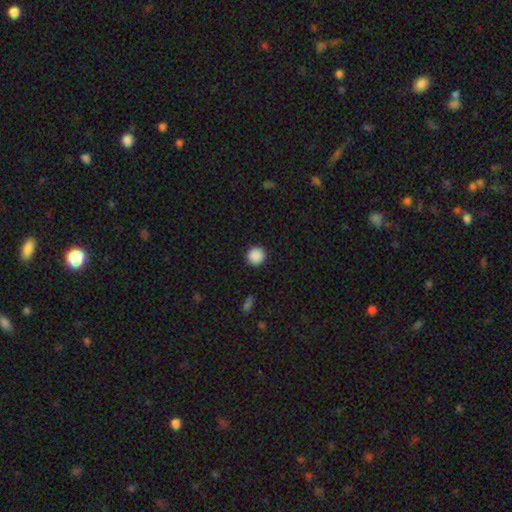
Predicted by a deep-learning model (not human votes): A smooth galaxy with no disk features (89%) that is round (95%). Merging: none (92%).